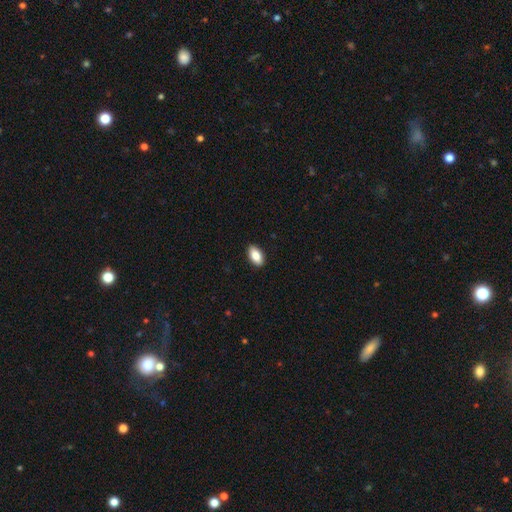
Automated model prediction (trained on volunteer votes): This appears to be a smooth galaxy with no disk features (85%) that is in between round and cigar-shaped (92%). Merging: none (90%).